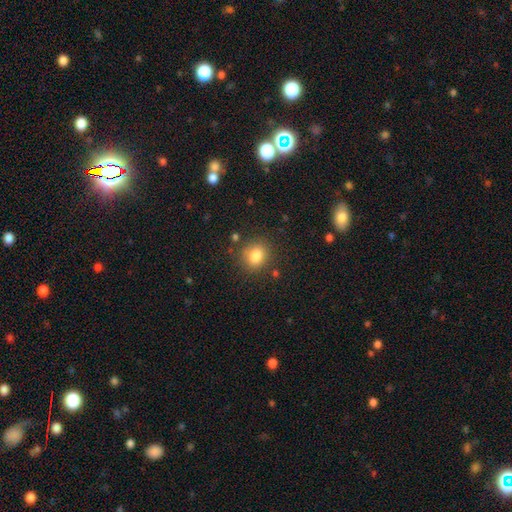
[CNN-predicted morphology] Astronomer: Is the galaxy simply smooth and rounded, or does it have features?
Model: smooth — 82%.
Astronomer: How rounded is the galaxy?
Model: round — 64%.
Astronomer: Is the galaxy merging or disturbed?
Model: none — 80%.